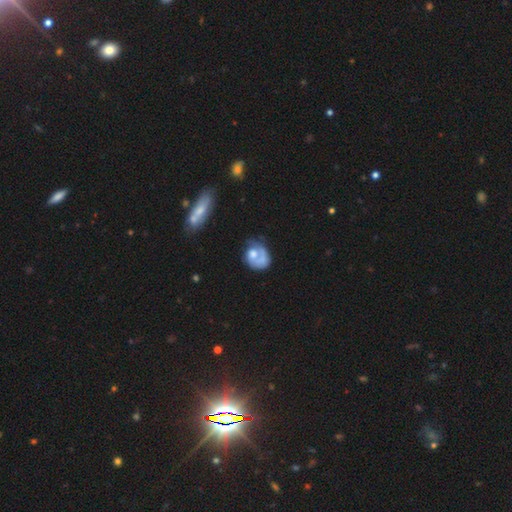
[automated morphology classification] Smooth or featured? featured or disk (50%)
Merging? none (39%)